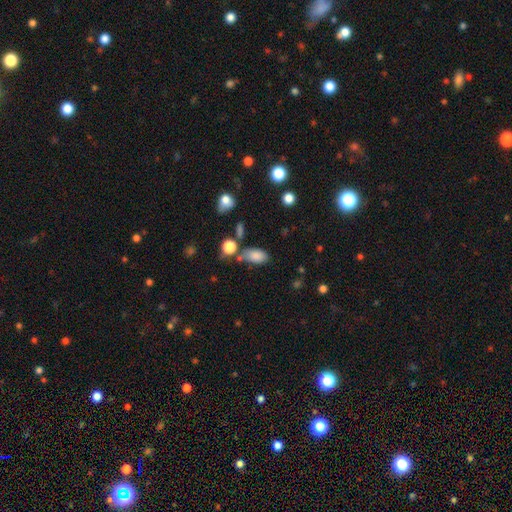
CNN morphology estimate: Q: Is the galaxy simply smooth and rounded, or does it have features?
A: smooth — 83%.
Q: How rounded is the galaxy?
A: in between — 91%.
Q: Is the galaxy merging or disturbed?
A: none — 55%.